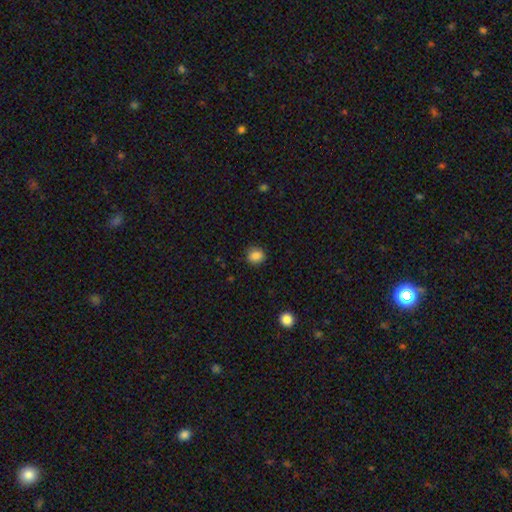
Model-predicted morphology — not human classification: A smooth galaxy with no disk features (86%) that is round (78%).

Vote fractions:
- Smooth or featured? smooth: 86% / star or artifact: 10% / featured or disk: 4%
- How rounded? round: 78% / in between: 21% / cigar-shaped: 1%
- Merging? none: 88% / minor disturbance: 9% / major disturbance: 2% / merger: 1%